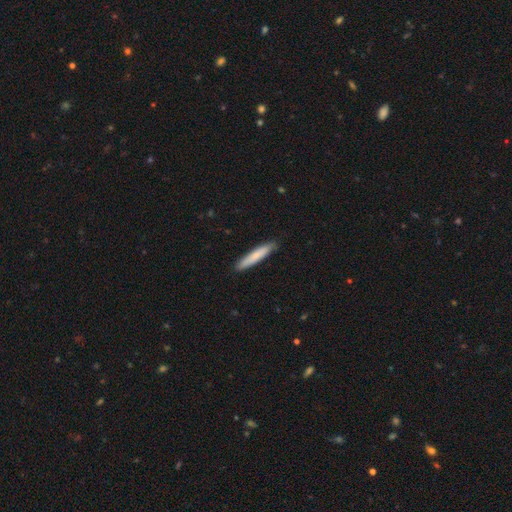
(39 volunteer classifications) This is likely a smooth galaxy (67%). How rounded: clearly cigar-shaped (100%). Merging: clearly none (92%).